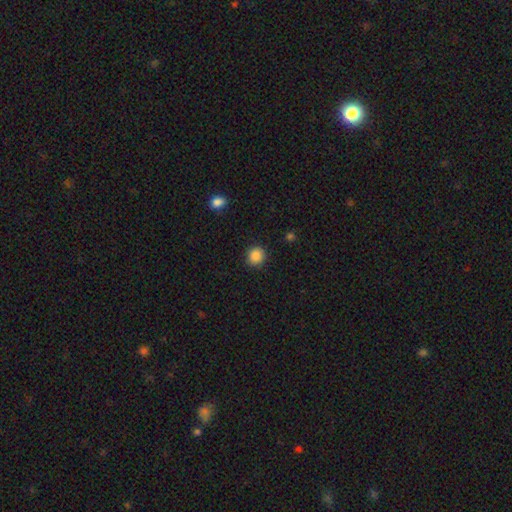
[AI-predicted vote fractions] Smooth or featured: smooth — 87% (star or artifact — 10%)
How rounded: round — 90% (in between — 9%)
Merging: none — 91% (minor disturbance — 6%)